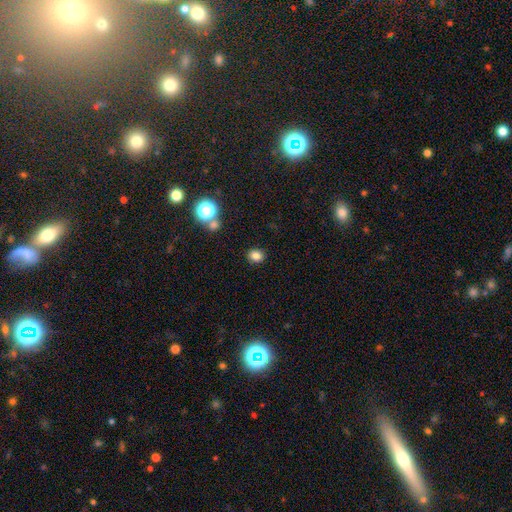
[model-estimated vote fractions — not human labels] smooth_or_featured: smooth (p=0.82) [alt: star or artifact p=0.13]
how_rounded: round (p=0.61) [alt: in between p=0.38]
merging: none (p=0.87) [alt: minor disturbance p=0.08]